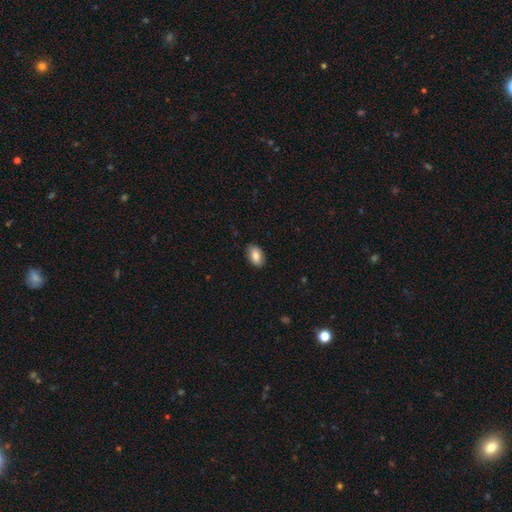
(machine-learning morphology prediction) The model was most divided on "smooth or featured": smooth: 83%, featured or disk: 10%, star or artifact: 7%. More confident: how rounded — in between (91%); merging — none (87%).